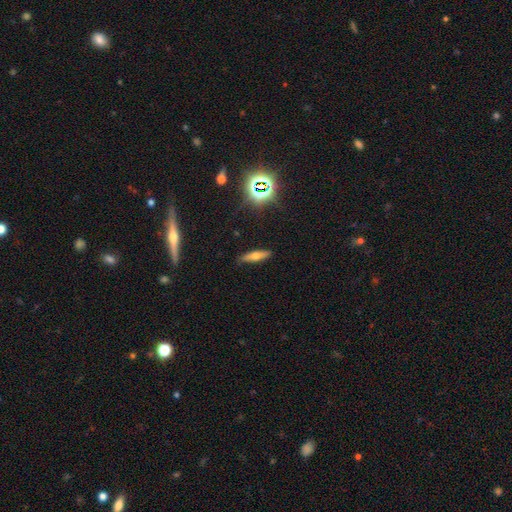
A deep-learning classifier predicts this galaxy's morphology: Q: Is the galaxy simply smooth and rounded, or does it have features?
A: smooth — 55%.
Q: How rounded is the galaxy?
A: cigar-shaped — 72%.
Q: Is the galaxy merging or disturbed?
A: none — 86%.